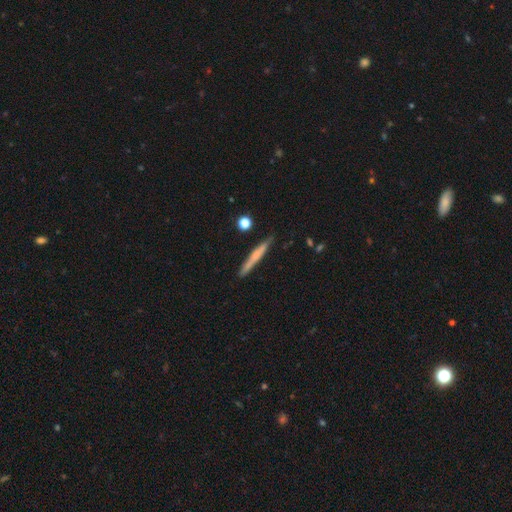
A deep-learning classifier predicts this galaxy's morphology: A smooth galaxy with no disk features (53%) that is cigar-shaped (96%).

Vote fractions:
- Smooth or featured? smooth: 53% / featured or disk: 41% / star or artifact: 6%
- How rounded? cigar-shaped: 96% / in between: 3% / round: 2%
- Merging? none: 86% / minor disturbance: 10% / merger: 2% / major disturbance: 2%